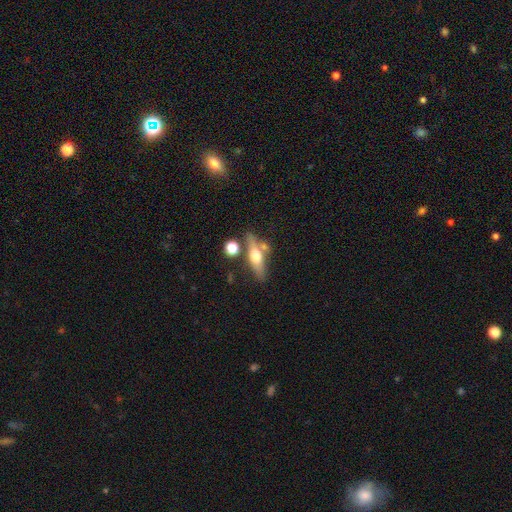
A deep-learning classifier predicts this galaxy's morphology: A featured or disk galaxy (53%) viewed edge-on (86%).

Vote fractions:
- Smooth or featured? featured or disk: 53% / smooth: 40% / star or artifact: 7%
- Edge-on disk? yes: 86% / no: 14%
- Merging? none: 65% / merger: 16% / minor disturbance: 14% / major disturbance: 5%